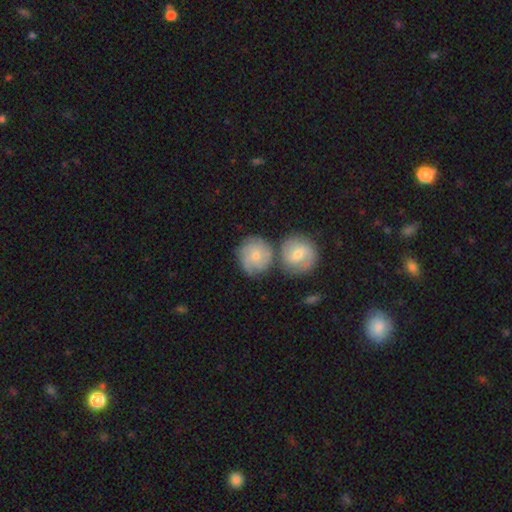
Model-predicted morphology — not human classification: A featured or disk galaxy (53%) with no bar (65%), spiral arms (86%) and a small central bulge (55%).

Vote fractions:
- Smooth or featured? featured or disk: 53% / smooth: 40% / star or artifact: 7%
- Edge-on disk? no: 97% / yes: 3%
- Bar? no: 65% / weak: 30% / strong: 5%
- Spiral arms? yes: 86% / no: 14%
- Bulge size? small: 55% / moderate: 40% / none: 2% / large: 2% / dominant: 1%
- Merging? none: 54% / merger: 29% / minor disturbance: 13% / major disturbance: 4%